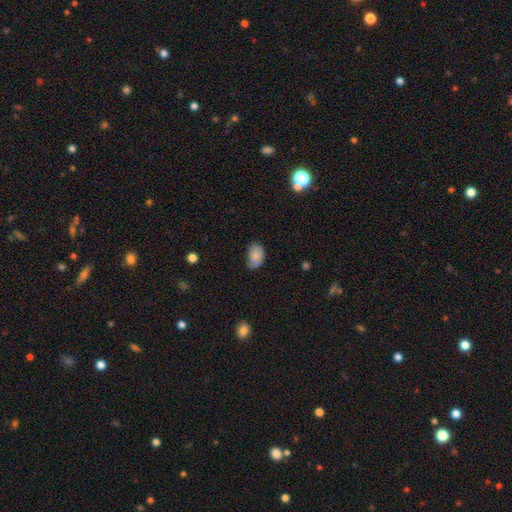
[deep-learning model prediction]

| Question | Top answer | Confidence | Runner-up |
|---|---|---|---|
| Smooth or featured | smooth | 82% | star or artifact (9%) |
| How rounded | in between | 85% | round (14%) |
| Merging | none | 58% | minor disturbance (33%) |